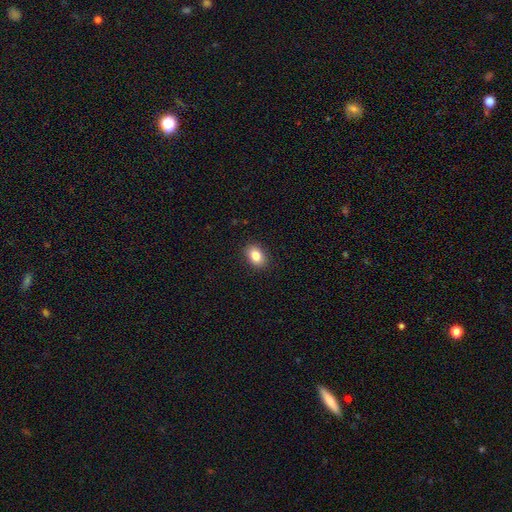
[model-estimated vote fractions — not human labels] The model was most divided on "how rounded": in between: 78%, round: 21%, cigar-shaped: 1%. More confident: merging — none (89%); smooth or featured — smooth (85%).